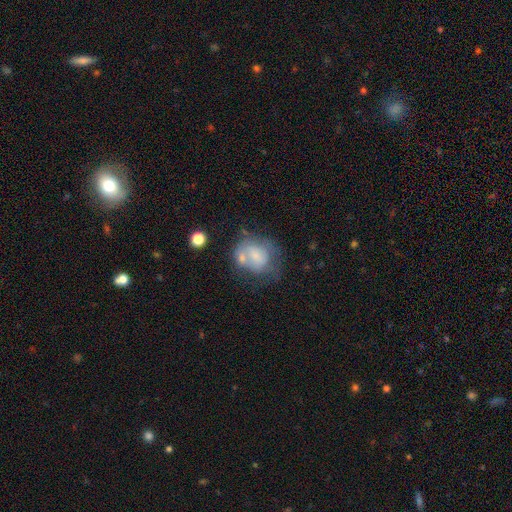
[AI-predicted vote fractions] This appears to be a smooth galaxy with no disk features (57%) that is round (55%). Merging: none (32%).